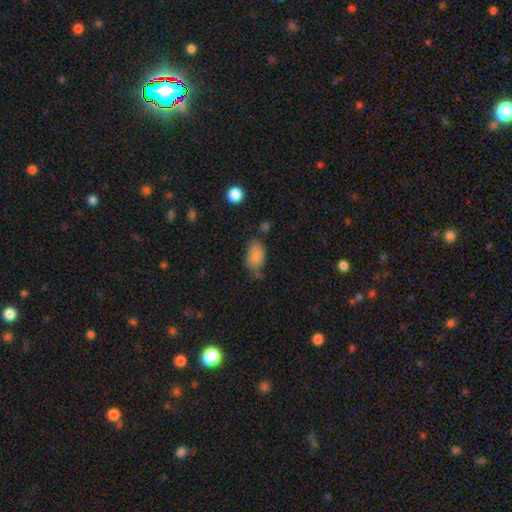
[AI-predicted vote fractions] A smooth galaxy with no disk features (83%) that is in between round and cigar-shaped (89%). Merging: none (50%).